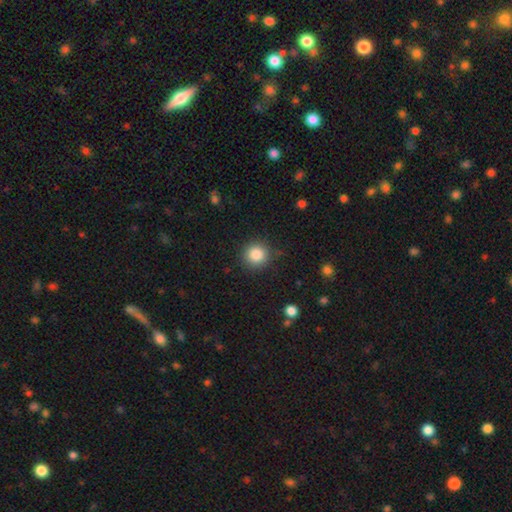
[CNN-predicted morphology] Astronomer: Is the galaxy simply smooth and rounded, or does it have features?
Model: smooth — 85%.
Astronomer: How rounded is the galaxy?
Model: round — 92%.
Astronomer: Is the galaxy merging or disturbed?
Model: none — 86%.